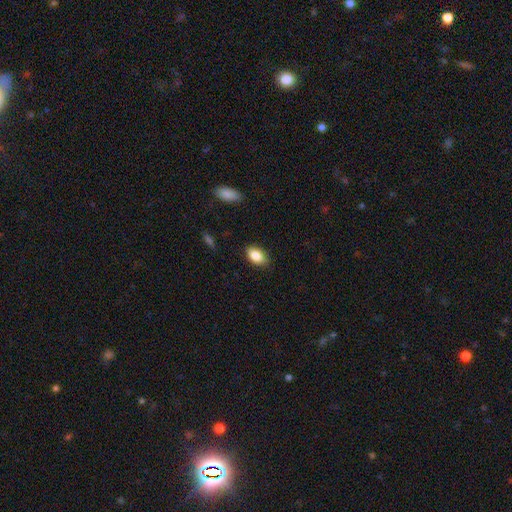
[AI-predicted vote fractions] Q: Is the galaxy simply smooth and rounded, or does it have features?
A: smooth — 87%.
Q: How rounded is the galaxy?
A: in between — 91%.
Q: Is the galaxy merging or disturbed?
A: none — 86%.